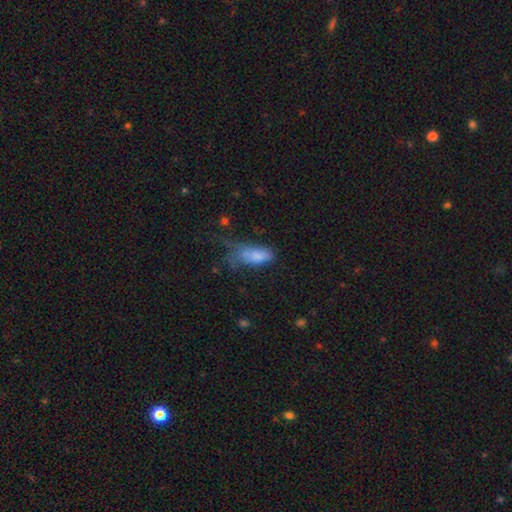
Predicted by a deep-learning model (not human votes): The model was most divided on "merging": major disturbance: 40%, minor disturbance: 28%, none: 26%, merger: 6%. More confident: how rounded — in between (79%); smooth or featured — smooth (75%).